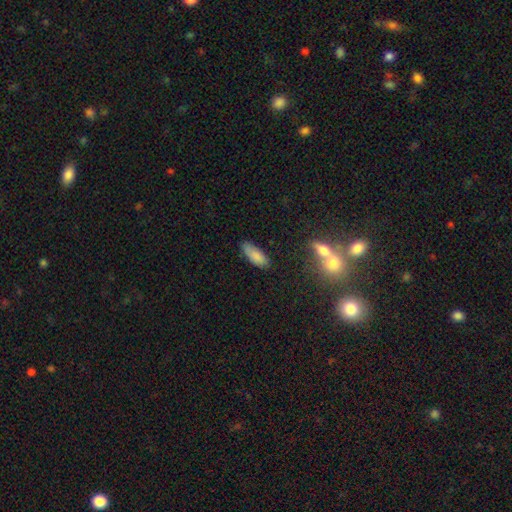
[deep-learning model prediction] Q: Smooth or featured?
A: smooth (84%); runner-up: star or artifact (8%)
Q: How rounded?
A: in between (69%); runner-up: cigar-shaped (29%)
Q: Merging?
A: none (74%); runner-up: minor disturbance (20%)